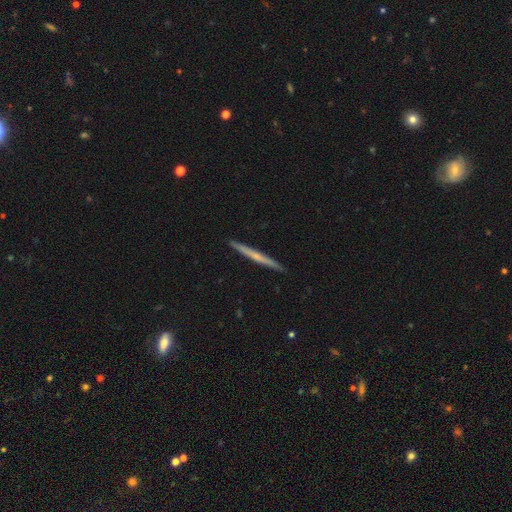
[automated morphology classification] A featured or disk galaxy (56%) viewed edge-on (98%) with no central bulge (67%). Merging: none (92%).